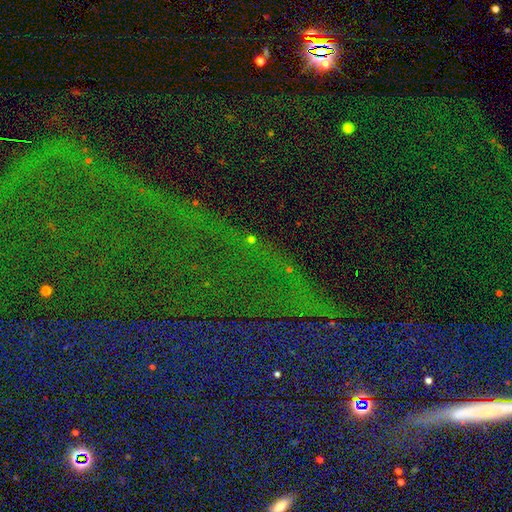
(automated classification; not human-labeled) Overall: star or artifact (84%).